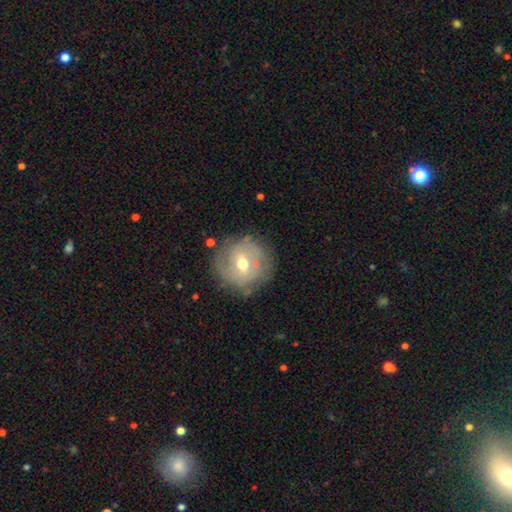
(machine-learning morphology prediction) Smooth or featured? Predicted: featured or disk (p=0.59). Edge-on disk? Predicted: no (p=0.95). Bar? Predicted: weak (p=0.46). Spiral arms? Predicted: yes (p=0.63). Bulge size? Predicted: moderate (p=0.70). Merging? Predicted: none (p=0.81).